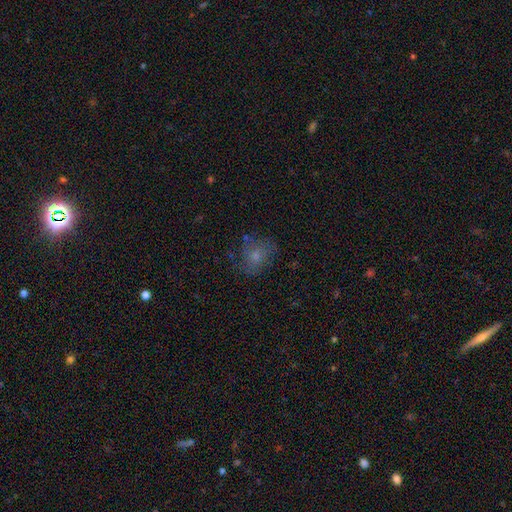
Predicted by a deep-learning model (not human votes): Overall: smooth (59%; featured or disk 26%). How rounded: round (65%; in between 34%). Merging: none (61%; minor disturbance 23%).